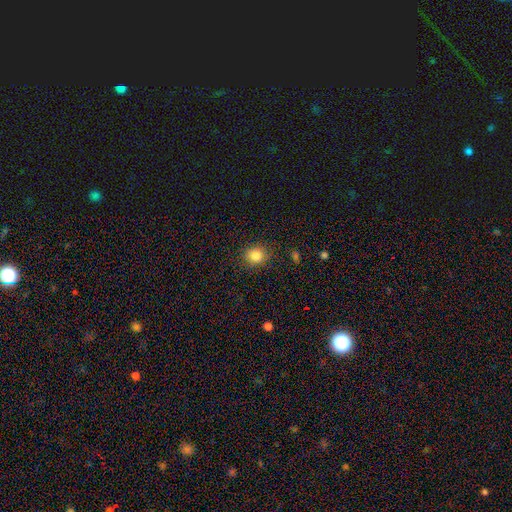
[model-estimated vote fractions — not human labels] Smooth or featured: smooth — 84% (star or artifact — 11%)
How rounded: round — 80% (in between — 19%)
Merging: none — 87% (minor disturbance — 9%)